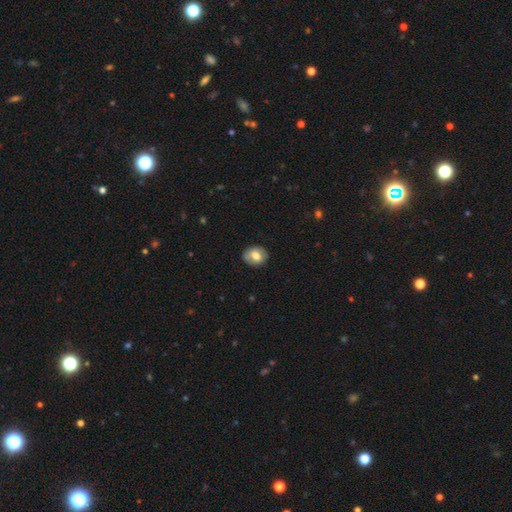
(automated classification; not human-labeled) smooth 67%, featured or disk 26%, star or artifact 7%. Down the decision tree: how rounded — in between (50%); merging — none (84%).